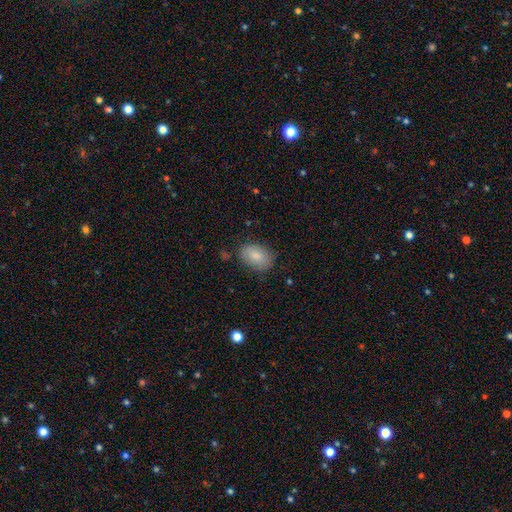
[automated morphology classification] Q: Smooth or featured?
A: smooth (85%); runner-up: featured or disk (9%)
Q: How rounded?
A: in between (87%); runner-up: round (12%)
Q: Merging?
A: none (79%); runner-up: minor disturbance (16%)